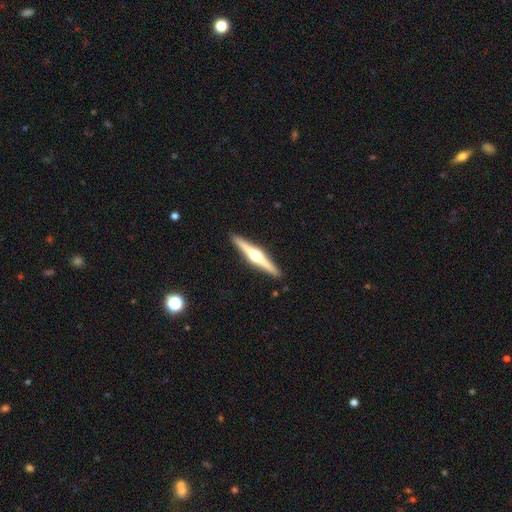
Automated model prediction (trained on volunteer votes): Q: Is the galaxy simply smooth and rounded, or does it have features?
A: featured or disk — 79%.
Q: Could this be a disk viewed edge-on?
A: yes — 98%.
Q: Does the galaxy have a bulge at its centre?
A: rounded — 95%.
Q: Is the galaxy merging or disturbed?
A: none — 92%.